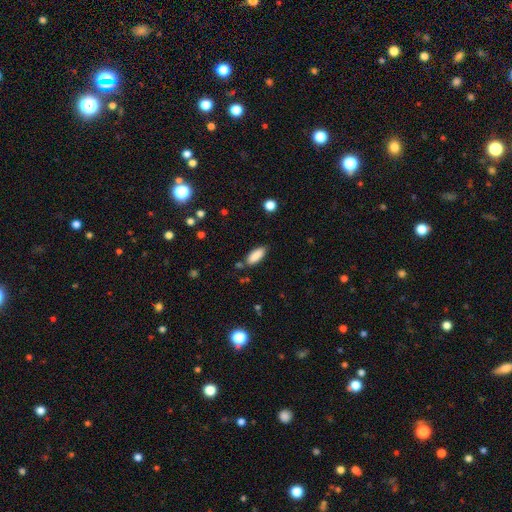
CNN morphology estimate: This appears to be a smooth galaxy with no disk features (89%) that is in between round and cigar-shaped (81%). Merging: none (81%).